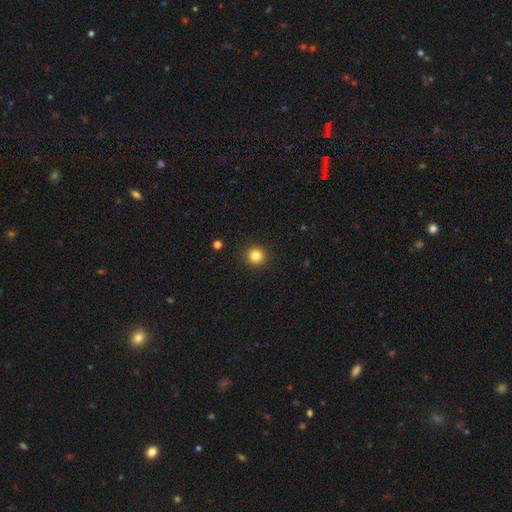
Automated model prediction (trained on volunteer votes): Smooth or featured?
  - smooth: 83% *
  - star or artifact: 12%
  - featured or disk: 5%
How rounded?
  - round: 95% *
  - in between: 4%
  - cigar-shaped: 1%
Merging?
  - none: 93% *
  - minor disturbance: 4%
  - major disturbance: 2%
  - merger: 1%